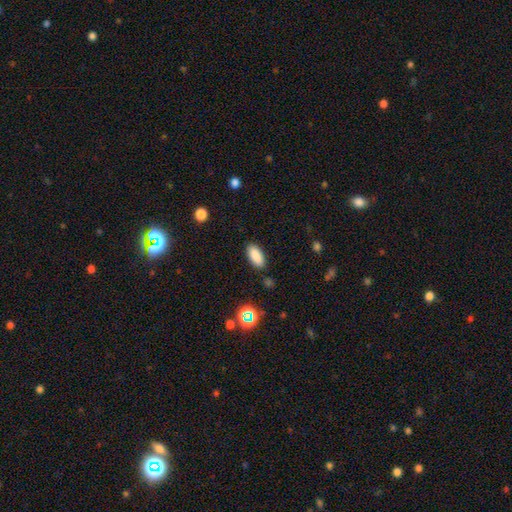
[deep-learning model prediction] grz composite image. It shows a smooth galaxy with no disk features (87%) that is in between round and cigar-shaped (87%). Merging: none (87%).